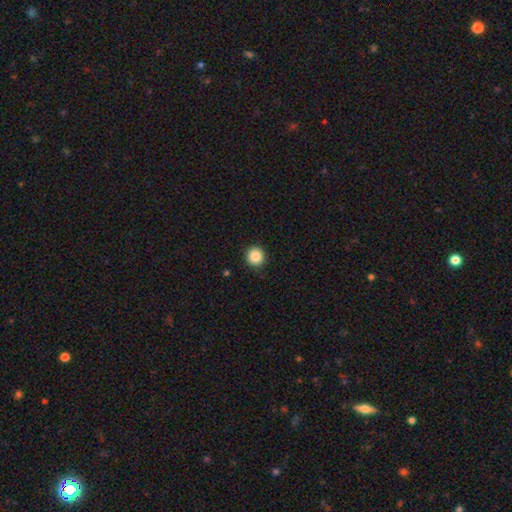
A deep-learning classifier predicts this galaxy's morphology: Smooth or featured? Predicted: smooth (p=0.87). How rounded? Predicted: round (p=0.95). Merging? Predicted: none (p=0.93).